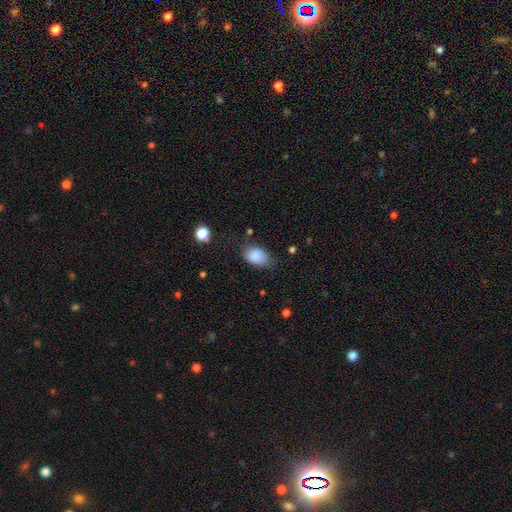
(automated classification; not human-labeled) Overall: smooth (86%). How rounded: in between (81%). Merging: none (63%; minor disturbance 28%).